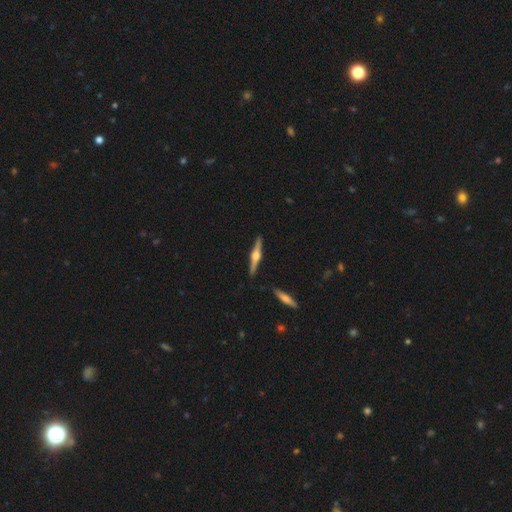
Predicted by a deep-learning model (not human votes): Overall: featured or disk (77%). Edge-on disk: yes (98%). Edge-on bulge: rounded (92%). Merging: none (90%).